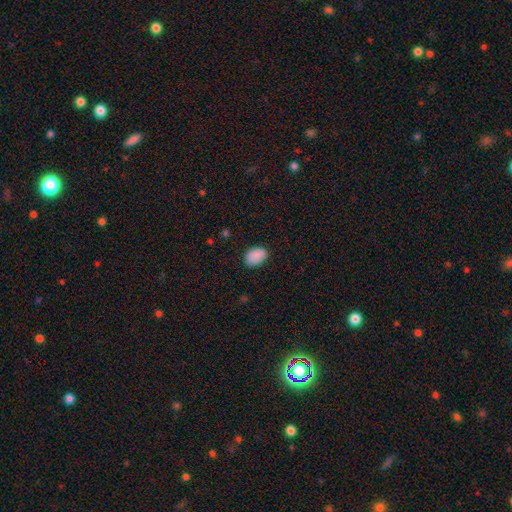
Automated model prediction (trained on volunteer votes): smooth_or_featured: smooth (p=0.89) [alt: star or artifact p=0.08]
how_rounded: in between (p=0.85) [alt: round p=0.14]
merging: none (p=0.85) [alt: minor disturbance p=0.12]